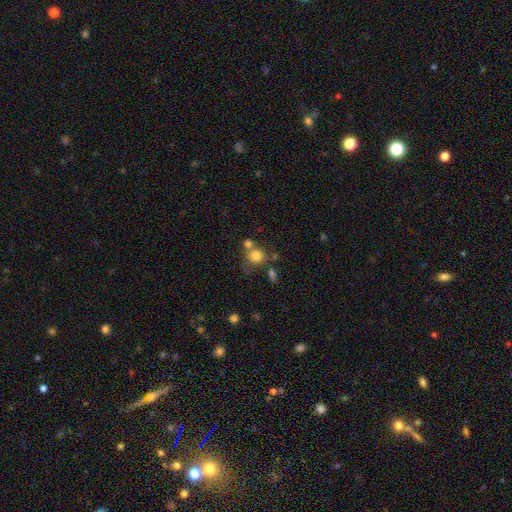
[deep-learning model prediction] smooth 79%, star or artifact 11%, featured or disk 9%. Down the decision tree: how rounded — round (84%); merging — none (55%).